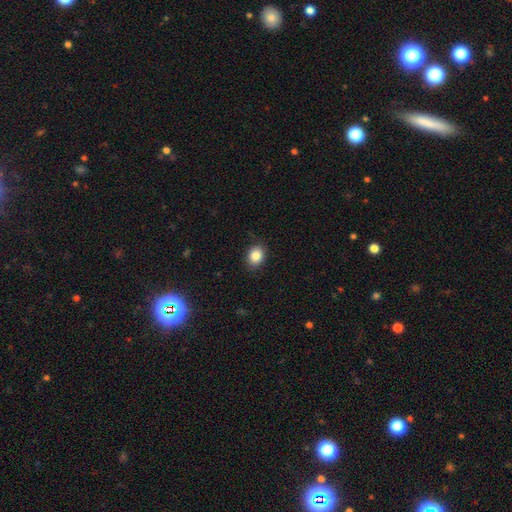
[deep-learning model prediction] smooth_or_featured: smooth (p=0.85) [alt: star or artifact p=0.09]
how_rounded: round (p=0.50) [alt: in between p=0.49]
merging: none (p=0.86) [alt: minor disturbance p=0.11]